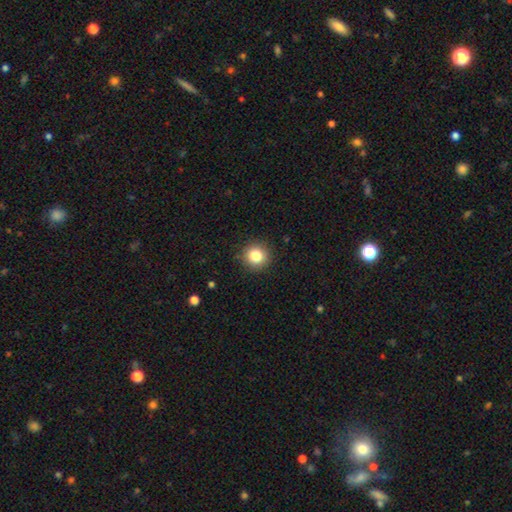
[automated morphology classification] Smooth or featured? Predicted: smooth (p=0.83). How rounded? Predicted: round (p=0.93). Merging? Predicted: none (p=0.91).